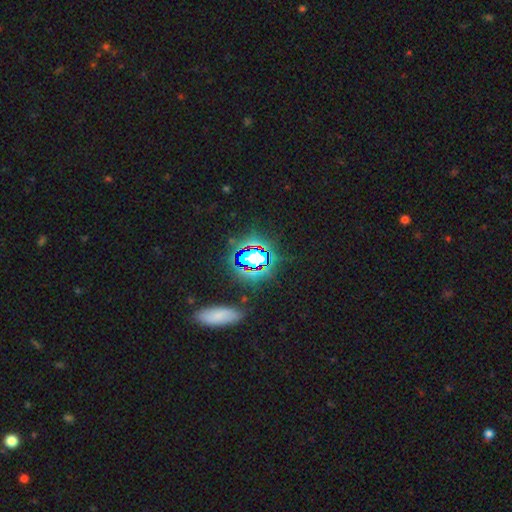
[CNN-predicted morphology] Smooth or featured?
  - star or artifact: 70% *
  - smooth: 20%
  - featured or disk: 10%